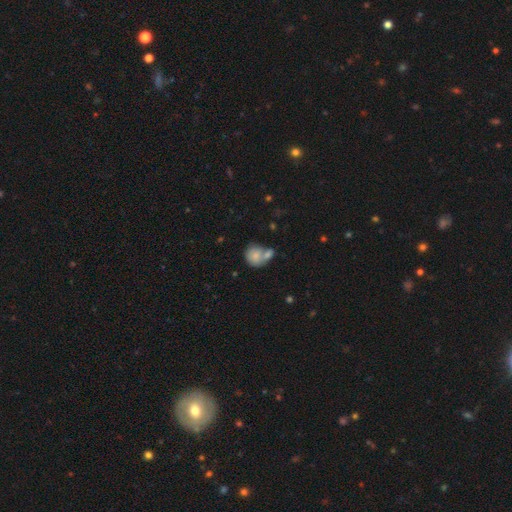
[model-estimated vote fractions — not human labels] Smooth or featured: smooth — 78% (featured or disk — 14%)
How rounded: round — 74% (in between — 25%)
Merging: merger — 51% (none — 33%)